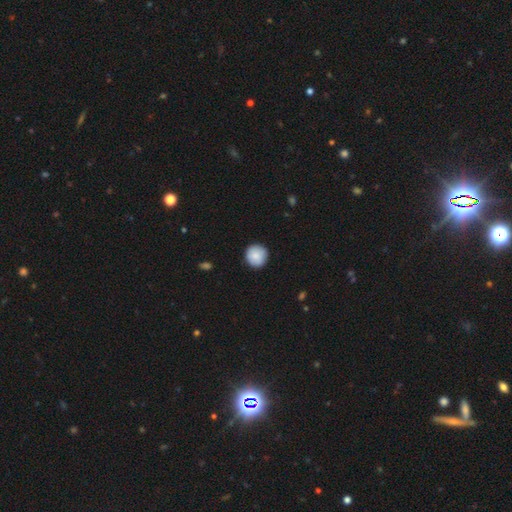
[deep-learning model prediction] Smooth or featured: smooth — 87% (featured or disk — 7%)
How rounded: round — 94% (in between — 5%)
Merging: none — 89% (minor disturbance — 8%)